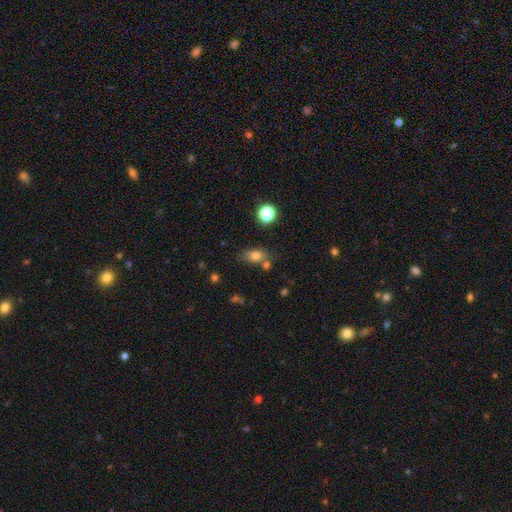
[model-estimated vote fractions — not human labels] Smooth or featured? smooth (78%)
How rounded? in between (77%)
Merging? none (62%)